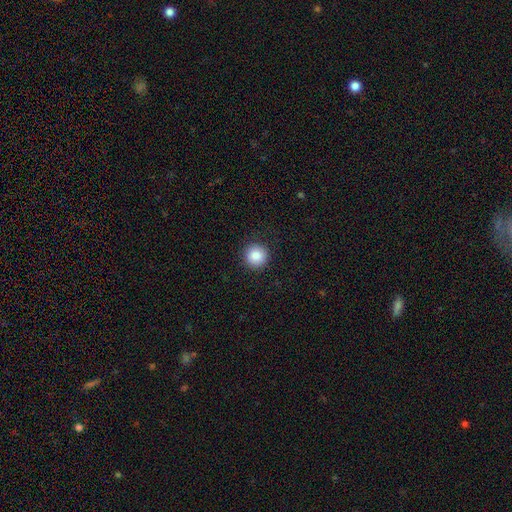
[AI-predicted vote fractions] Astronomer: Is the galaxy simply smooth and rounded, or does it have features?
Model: smooth — 86%.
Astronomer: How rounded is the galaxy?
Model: round — 95%.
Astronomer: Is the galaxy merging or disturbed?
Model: none — 92%.